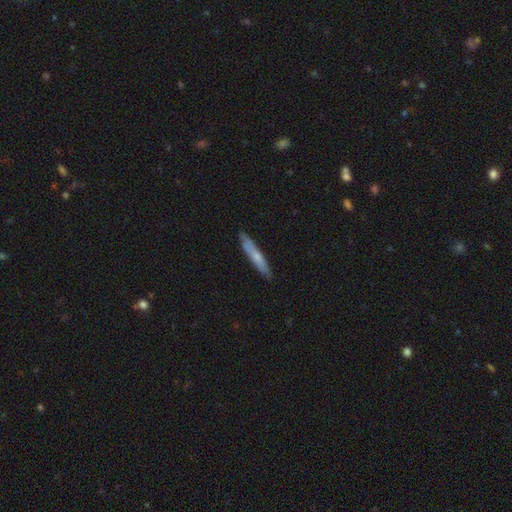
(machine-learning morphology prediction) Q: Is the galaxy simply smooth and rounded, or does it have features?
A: smooth — 58%.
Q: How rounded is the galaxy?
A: cigar-shaped — 93%.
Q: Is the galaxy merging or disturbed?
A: none — 87%.